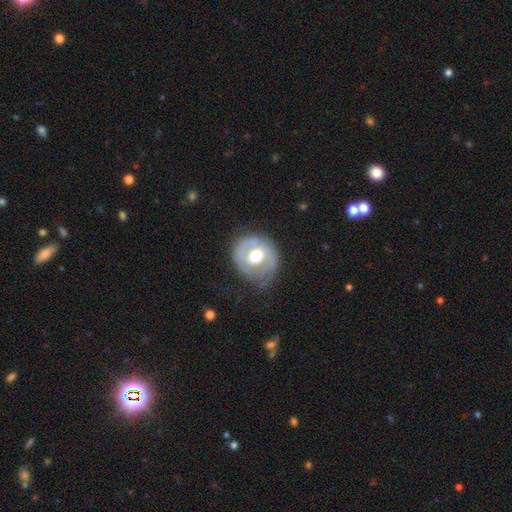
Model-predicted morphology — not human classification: smooth-or-featured: featured or disk: 70% | smooth: 24% | star or artifact: 5%
  disk-edge-on: no: 97% | yes: 3%
    bar: no: 64% | weak: 28% | strong: 8%
    has-spiral-arms: yes: 67% | no: 33%
    bulge-size: moderate: 61% | large: 32% | small: 4% | dominant: 2% | none: 1%
  merging: none: 56% | minor disturbance: 27% | major disturbance: 15% | merger: 2%